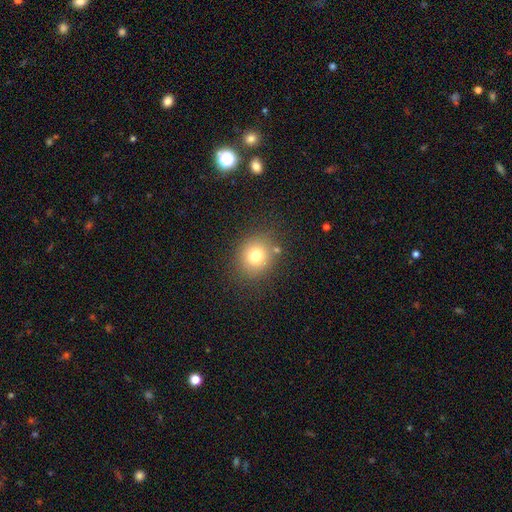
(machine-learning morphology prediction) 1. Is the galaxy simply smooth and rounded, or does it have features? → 75% smooth, 14% star or artifact, 11% featured or disk.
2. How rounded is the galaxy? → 77% round, 22% in between, 1% cigar-shaped.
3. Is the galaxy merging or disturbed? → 81% none, 11% minor disturbance, 4% merger, 4% major disturbance.